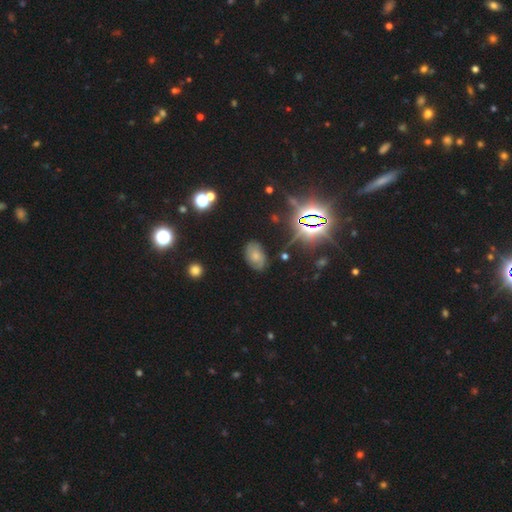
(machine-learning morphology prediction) Q: Smooth or featured?
A: smooth (42%); runner-up: featured or disk (34%)
Q: Merging?
A: none (76%); runner-up: minor disturbance (17%)